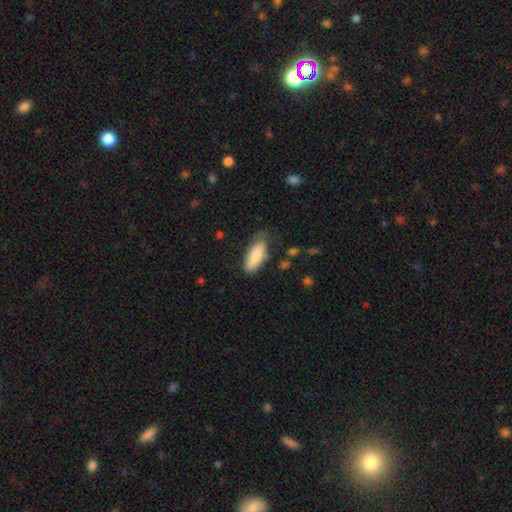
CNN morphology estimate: Q: Smooth or featured?
A: smooth (84%); runner-up: featured or disk (10%)
Q: How rounded?
A: in between (78%); runner-up: cigar-shaped (20%)
Q: Merging?
A: none (67%); runner-up: minor disturbance (25%)